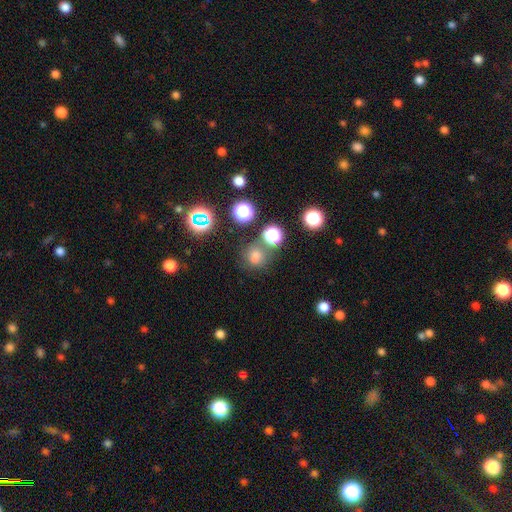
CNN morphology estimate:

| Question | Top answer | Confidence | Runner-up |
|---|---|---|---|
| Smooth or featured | smooth | 61% | star or artifact (30%) |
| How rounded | round | 83% | in between (15%) |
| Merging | none | 69% | merger (13%) |